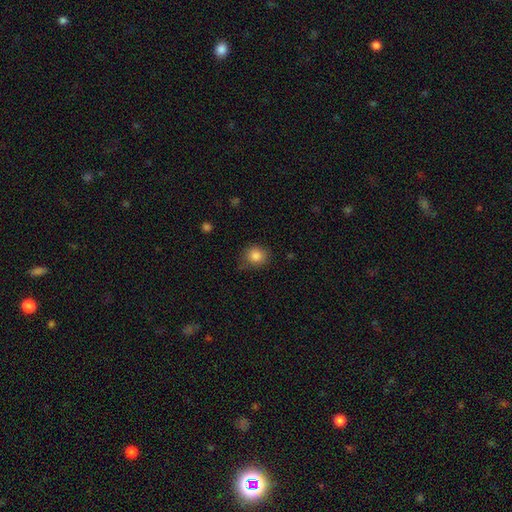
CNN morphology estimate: Smooth or featured? smooth (84%)
How rounded? round (81%)
Merging? none (73%)